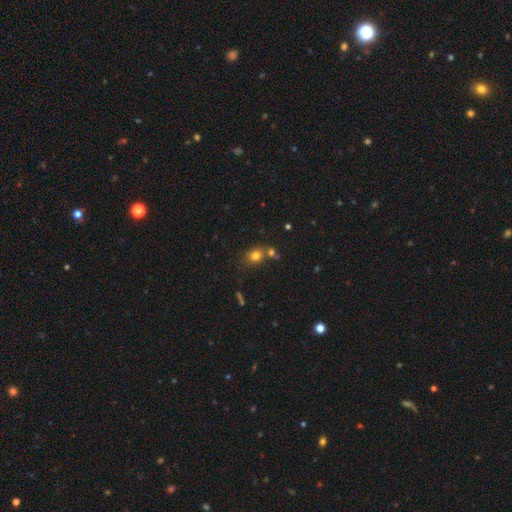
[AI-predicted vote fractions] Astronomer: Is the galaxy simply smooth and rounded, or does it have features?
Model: smooth — 77%.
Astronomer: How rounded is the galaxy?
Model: round — 58% (runner-up: in between, 40%).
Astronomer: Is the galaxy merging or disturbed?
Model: none — 57%.